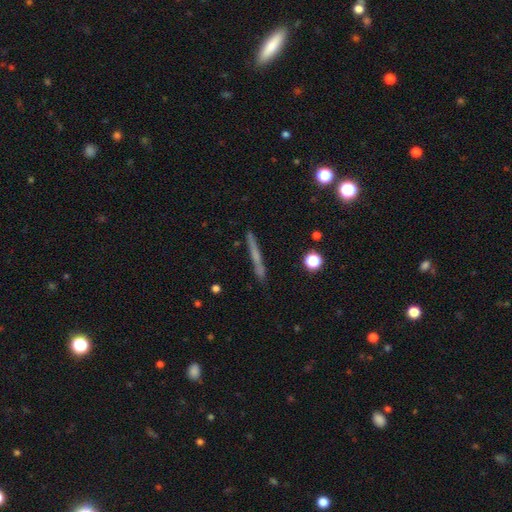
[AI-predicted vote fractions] A smooth galaxy with no disk features (45%, tied with featured or disk). Merging: none (87%).